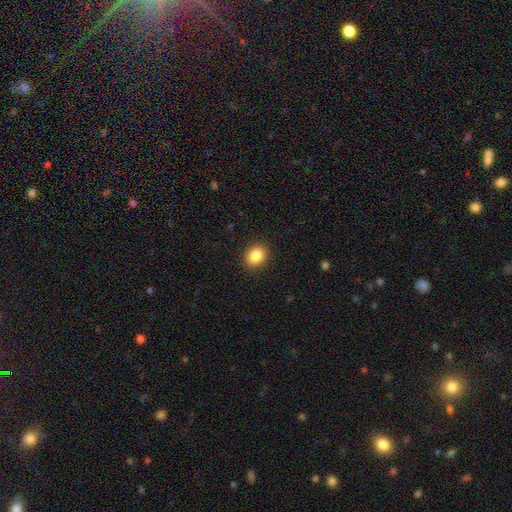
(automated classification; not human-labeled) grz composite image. It shows a smooth galaxy with no disk features (86%) that is round (50%). Merging: none (90%).